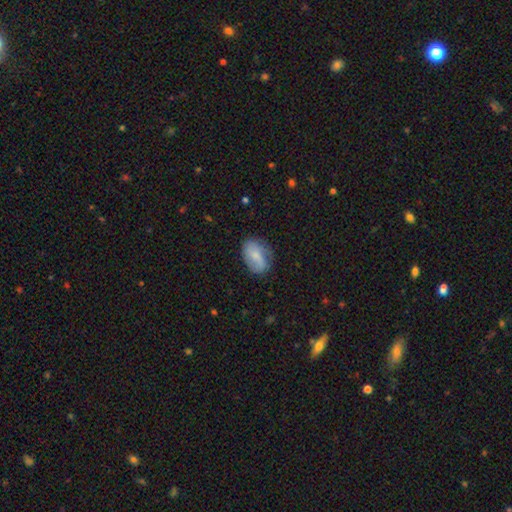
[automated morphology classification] The model was most divided on "smooth or featured": smooth: 66%, featured or disk: 27%, star or artifact: 8%. More confident: how rounded — in between (86%); merging — none (65%).